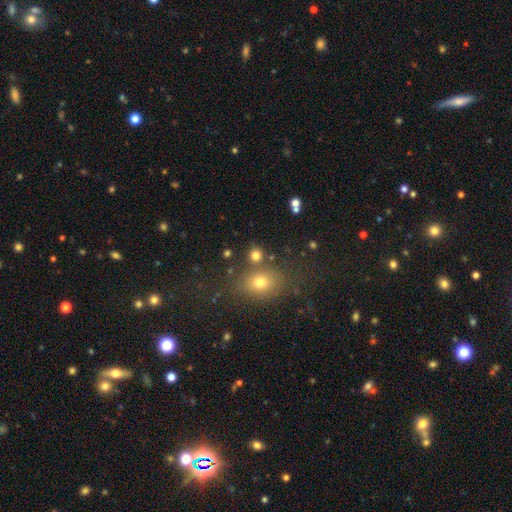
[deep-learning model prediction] Morphology: type=smooth (76%); roundness=round (73%); merging=none (74%).